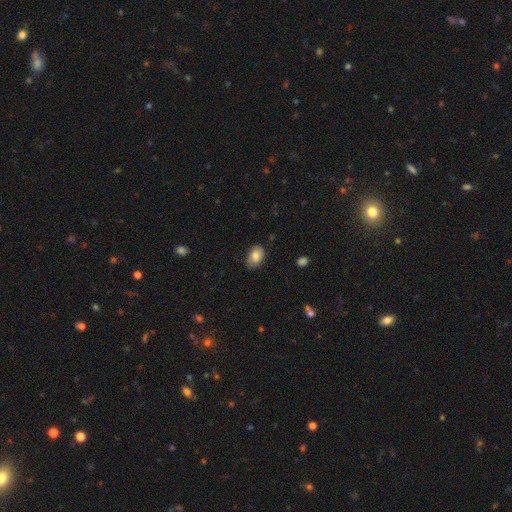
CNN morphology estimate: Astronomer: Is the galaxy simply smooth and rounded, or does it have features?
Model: smooth — 81%.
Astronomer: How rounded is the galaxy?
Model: in between — 89%.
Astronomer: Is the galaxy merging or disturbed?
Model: none — 79%.